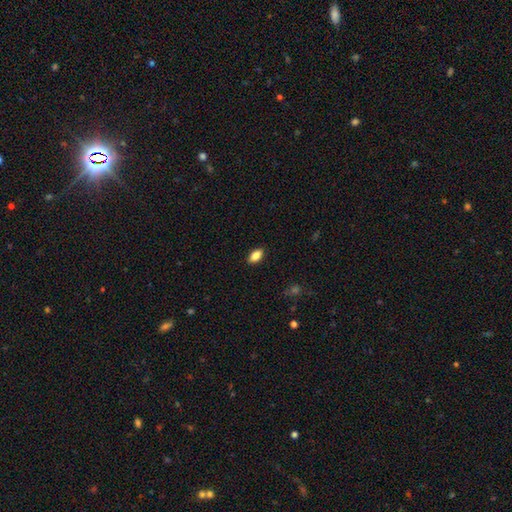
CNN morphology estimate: smooth 85%, star or artifact 8%, featured or disk 7%. Down the decision tree: how rounded — in between (90%); merging — none (89%).